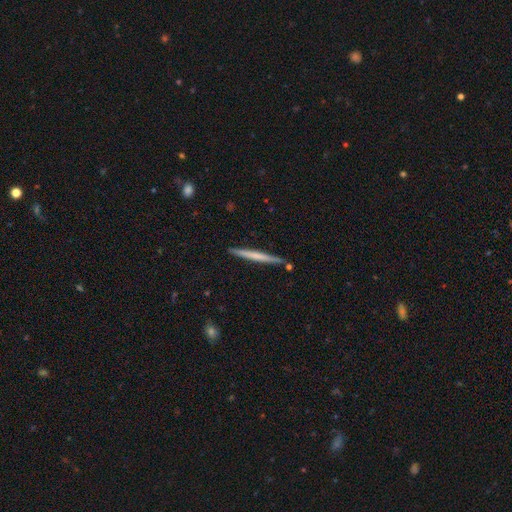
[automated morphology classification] This is possibly a smooth galaxy (54%). How rounded: clearly cigar-shaped (97%). Merging: clearly none (90%).